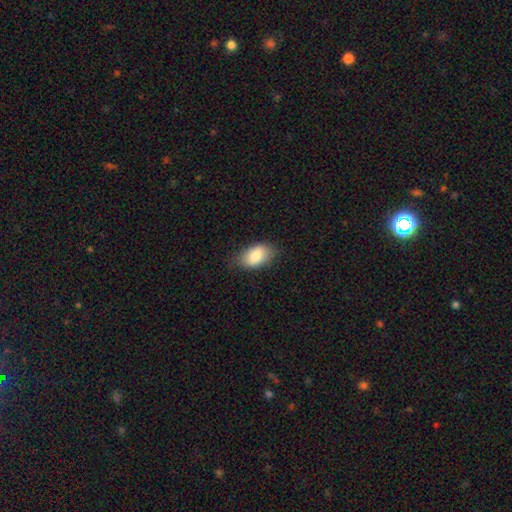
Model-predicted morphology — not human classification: A smooth galaxy with no disk features (85%) that is in between round and cigar-shaped (92%). Merging: none (76%).